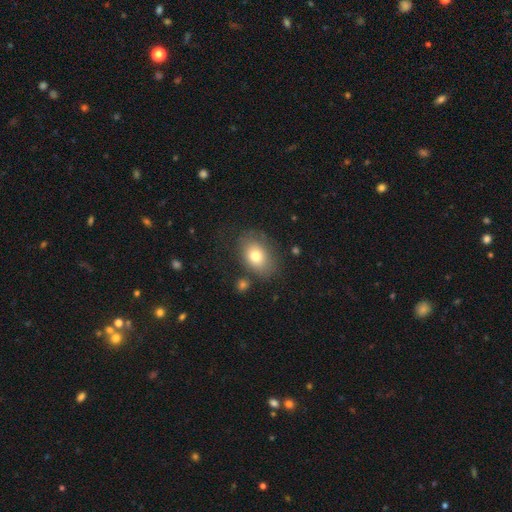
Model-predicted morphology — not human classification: Smooth or featured?
  - smooth: 74% *
  - featured or disk: 16%
  - star or artifact: 10%
How rounded?
  - in between: 73% *
  - round: 26%
  - cigar-shaped: 1%
Merging?
  - none: 69% *
  - minor disturbance: 18%
  - major disturbance: 8%
  - merger: 5%